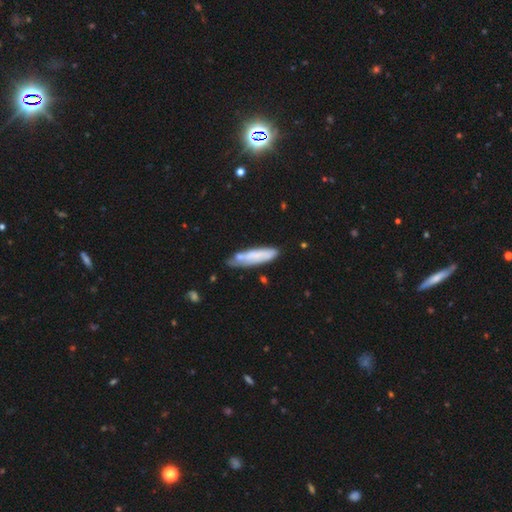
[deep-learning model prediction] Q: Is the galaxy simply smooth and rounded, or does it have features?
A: smooth — 62%.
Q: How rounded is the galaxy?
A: cigar-shaped — 73%.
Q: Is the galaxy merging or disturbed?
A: none — 59%.